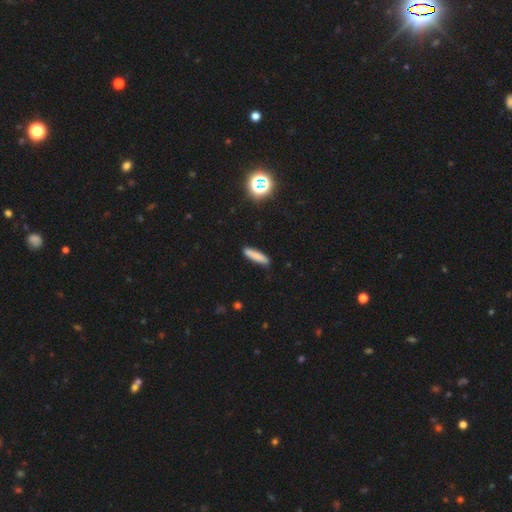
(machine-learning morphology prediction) smooth 81%, featured or disk 9%, star or artifact 9%. Down the decision tree: how rounded — cigar-shaped (82%); merging — none (87%).